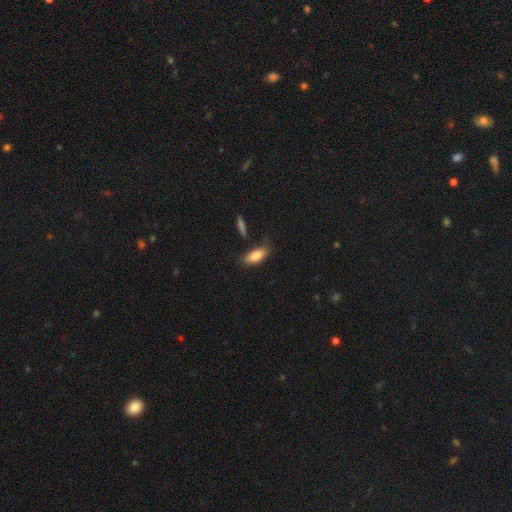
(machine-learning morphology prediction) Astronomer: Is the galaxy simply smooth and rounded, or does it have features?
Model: smooth — 85%.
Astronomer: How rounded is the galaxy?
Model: in between — 84%.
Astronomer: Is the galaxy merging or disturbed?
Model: none — 75%.